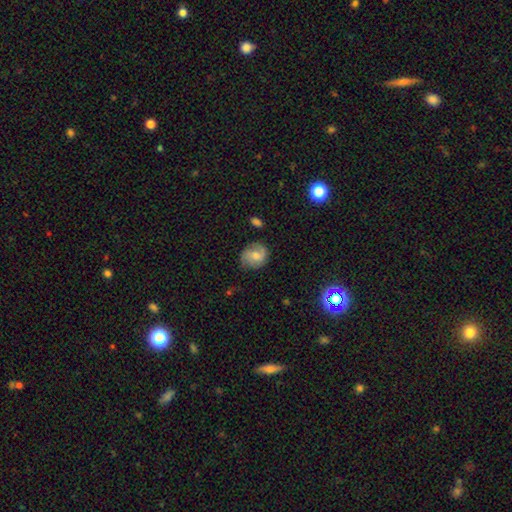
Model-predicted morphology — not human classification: smooth-or-featured: smooth: 52% | featured or disk: 39% | star or artifact: 9%
  how-rounded: round: 69% | in between: 30% | cigar-shaped: 1%
  merging: none: 67% | minor disturbance: 24% | major disturbance: 7% | merger: 2%